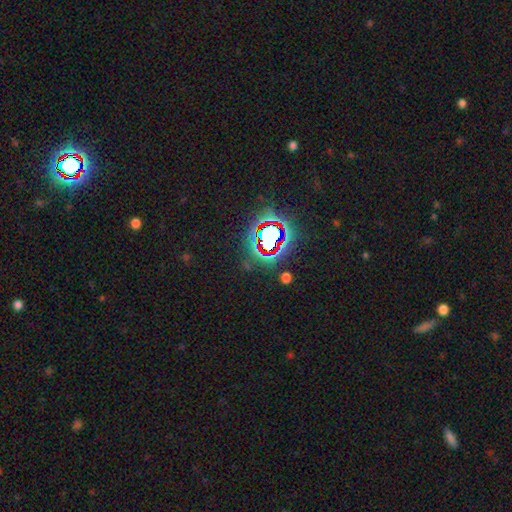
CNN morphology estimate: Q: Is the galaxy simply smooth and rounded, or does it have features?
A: star or artifact — 83%.